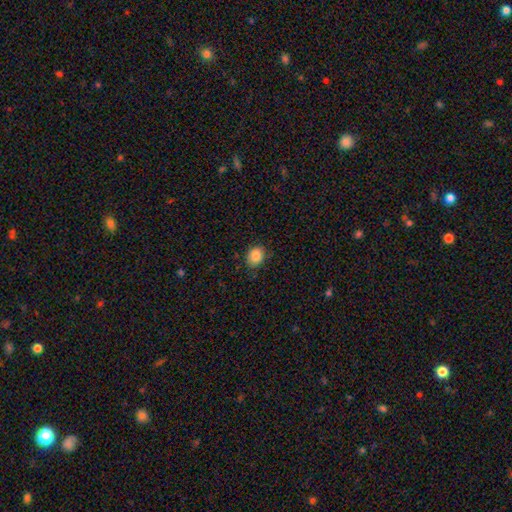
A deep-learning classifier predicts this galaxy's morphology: Overall: smooth (86%). How rounded: round (50%; in between 49%). Merging: none (79%).